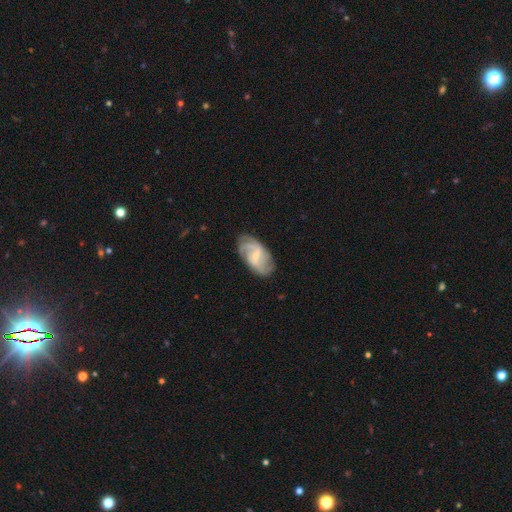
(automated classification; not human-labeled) A featured or disk galaxy (81%) with a weak bar (55%), 2 (43%) medium (46%) spiral arms (94%) and a small central bulge (66%). Merging: none (75%).